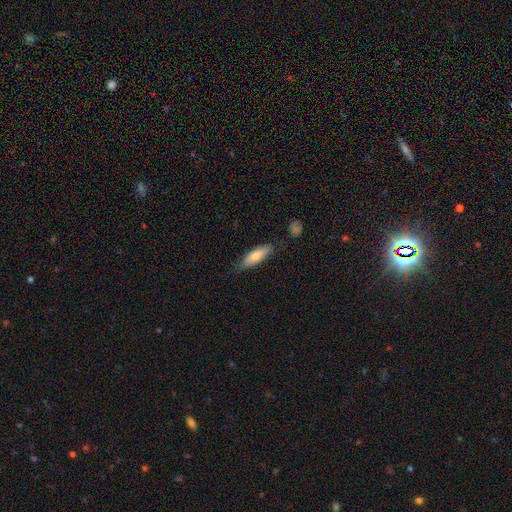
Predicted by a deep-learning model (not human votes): This appears to be a smooth galaxy with no disk features (70%) that is cigar-shaped (56%). Merging: none (77%).